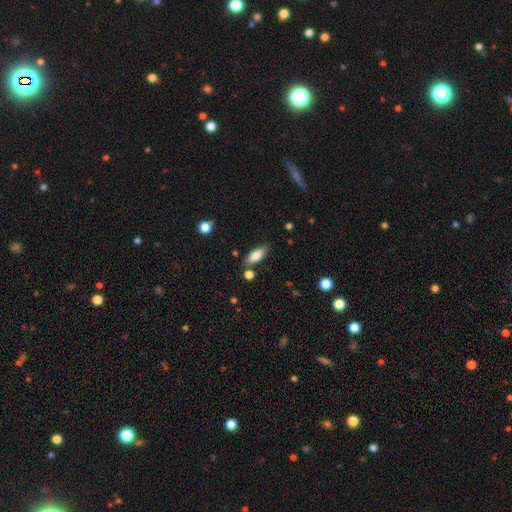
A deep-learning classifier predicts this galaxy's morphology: This is clearly a smooth galaxy (83%). How rounded: likely in between (79%). Merging: likely none (77%).